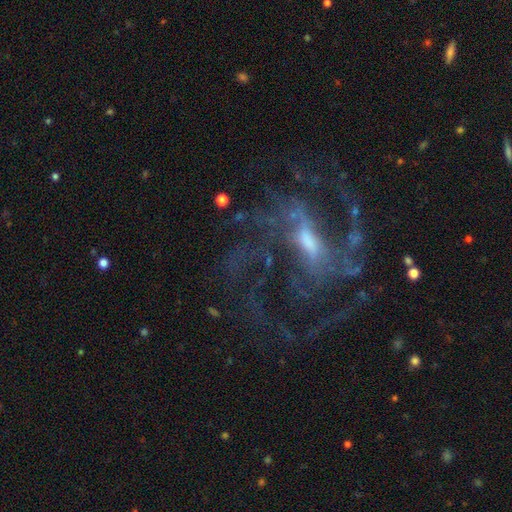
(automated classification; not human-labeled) This is clearly a featured or disk galaxy (86%). It is clearly not viewed edge-on (96%). Bar: marginally weak (44%). Spiral arm pattern: clearly yes (95%). Spiral arm count: marginally 2 (36%). Spiral winding: possibly medium (53%). Central bulge: possibly small (49%). Merging: likely none (64%).